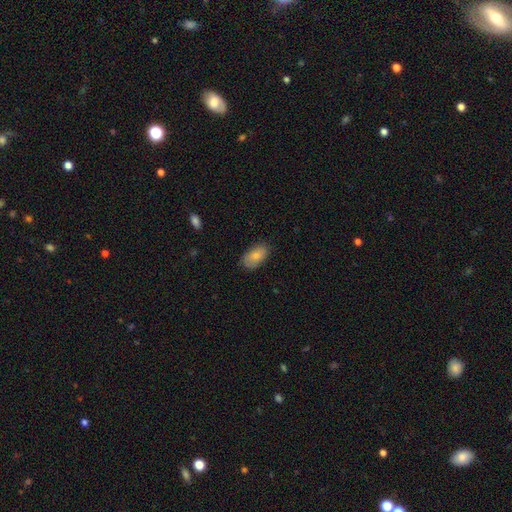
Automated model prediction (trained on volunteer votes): The model was most divided on "merging": none: 80%, minor disturbance: 16%, major disturbance: 3%, merger: 1%. More confident: how rounded — in between (93%); smooth or featured — smooth (81%).